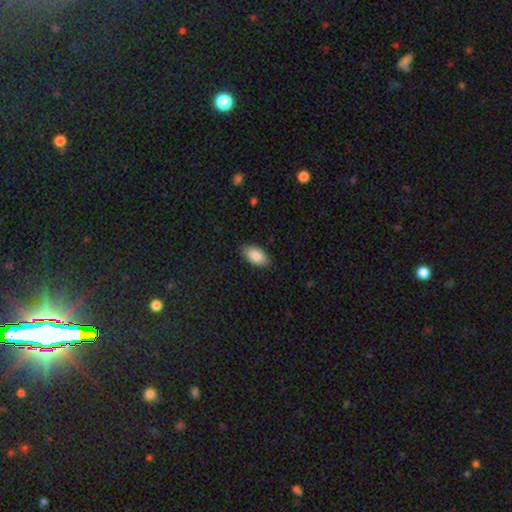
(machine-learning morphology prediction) Q: Smooth or featured?
A: smooth (87%); runner-up: featured or disk (7%)
Q: How rounded?
A: in between (94%); runner-up: round (3%)
Q: Merging?
A: none (86%); runner-up: minor disturbance (11%)